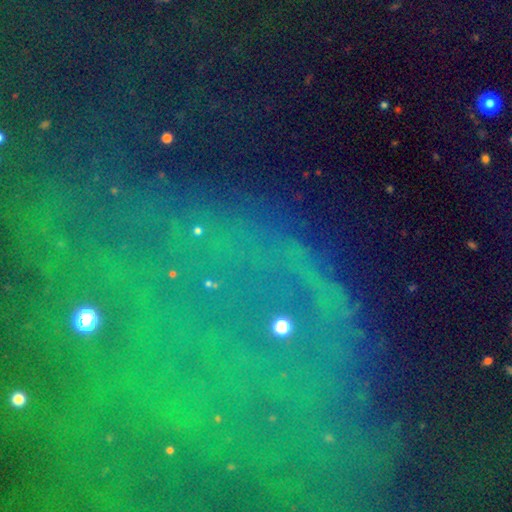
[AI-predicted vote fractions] Smooth or featured? Predicted: star or artifact (p=0.79).